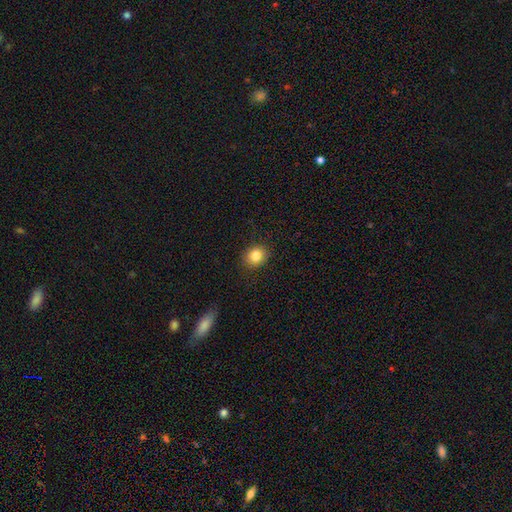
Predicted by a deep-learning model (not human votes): smooth 83%, star or artifact 10%, featured or disk 7%. Down the decision tree: how rounded — round (66%); merging — none (88%).